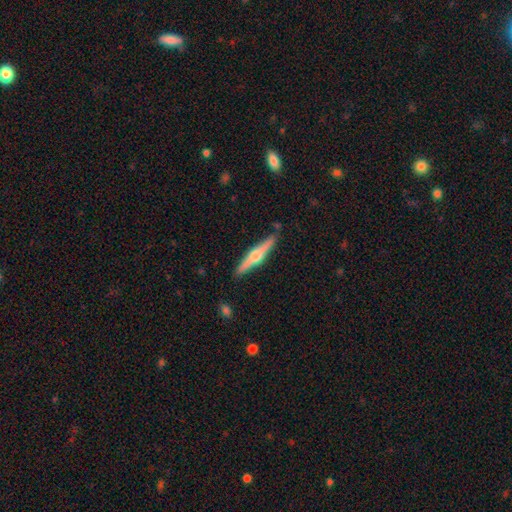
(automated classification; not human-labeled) Smooth or featured? featured or disk (70%)
Edge-on disk? yes (98%)
Edge-on bulge? rounded (93%)
Merging? none (88%)